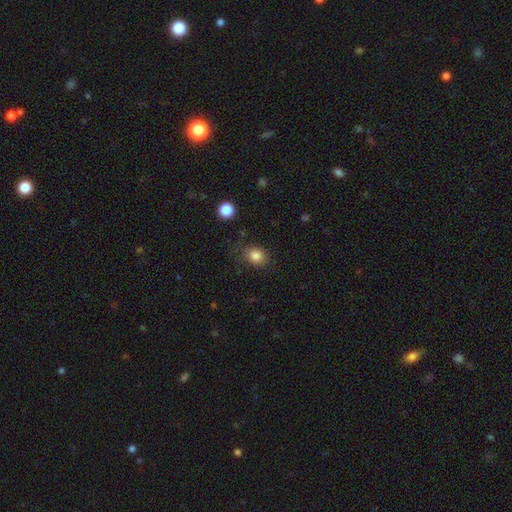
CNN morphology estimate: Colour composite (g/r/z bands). It shows a smooth galaxy with no disk features (84%) that is round (64%). Merging: none (79%).